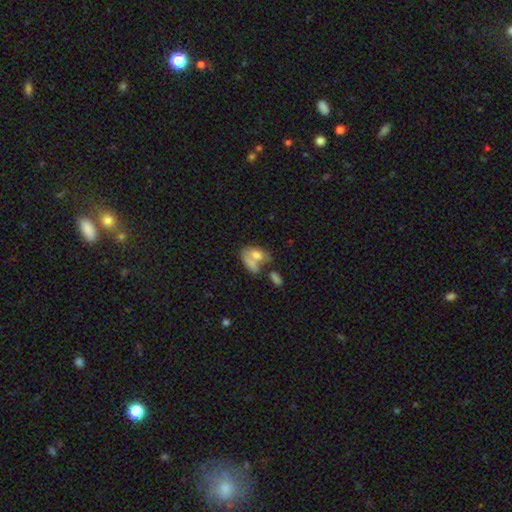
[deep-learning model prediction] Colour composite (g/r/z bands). It shows a smooth galaxy with no disk features (70%) that is in between round and cigar-shaped (85%). Merging: merger (51%).